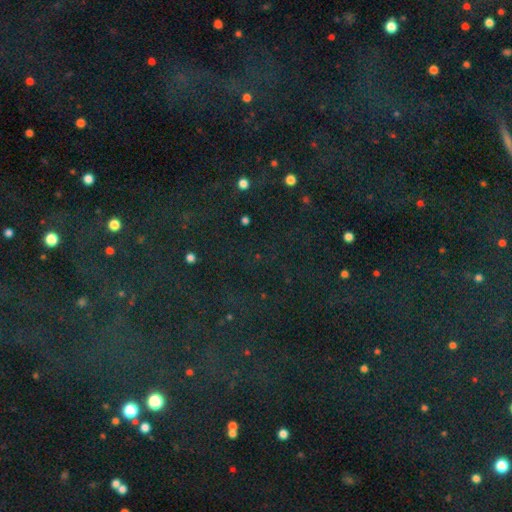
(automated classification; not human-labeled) Overall: star or artifact (81%).